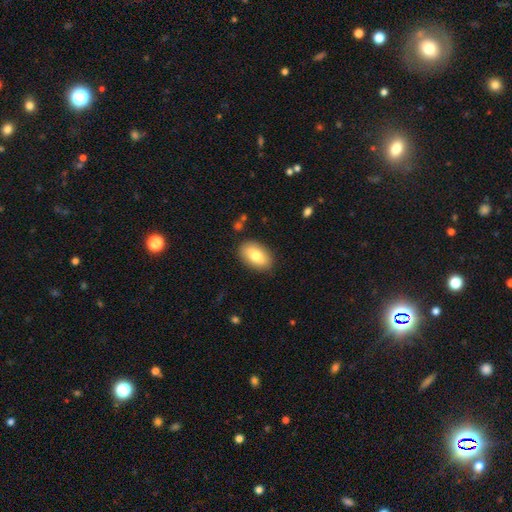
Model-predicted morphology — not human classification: smooth-or-featured: smooth: 78% | featured or disk: 16% | star or artifact: 7%
  how-rounded: in between: 92% | round: 5% | cigar-shaped: 3%
  merging: none: 87% | minor disturbance: 10% | major disturbance: 2% | merger: 1%